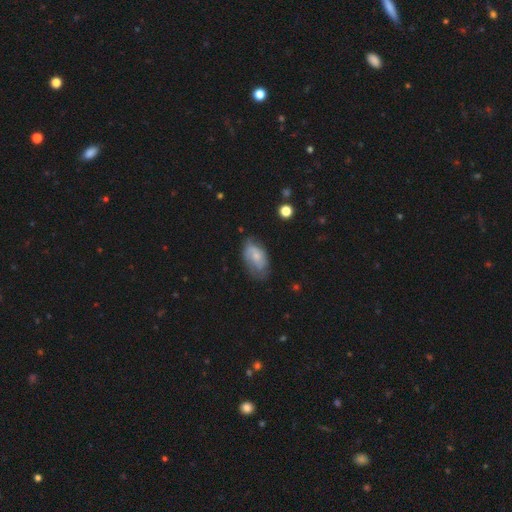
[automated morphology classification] Smooth or featured?
  - featured or disk: 48% *
  - smooth: 44%
  - star or artifact: 7%
Merging?
  - none: 55% *
  - minor disturbance: 31%
  - major disturbance: 12%
  - merger: 2%